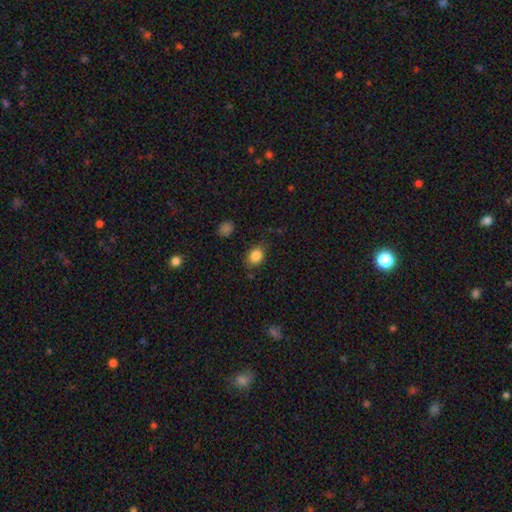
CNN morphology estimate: smooth_or_featured: smooth (p=0.85) [alt: star or artifact p=0.10]
how_rounded: in between (p=0.61) [alt: round p=0.38]
merging: none (p=0.77) [alt: minor disturbance p=0.17]